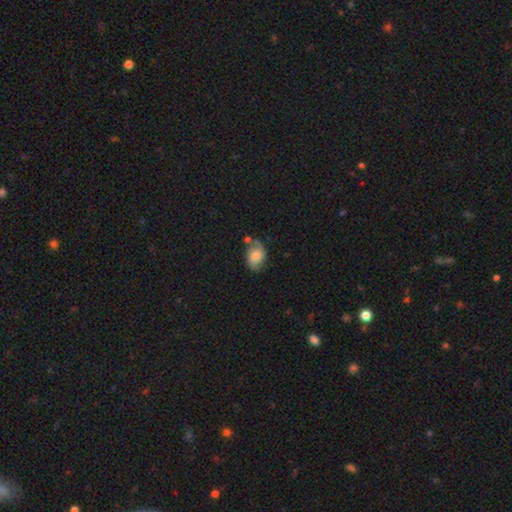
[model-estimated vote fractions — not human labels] Smooth or featured? Predicted: smooth (p=0.62). How rounded? Predicted: in between (p=0.77). Merging? Predicted: none (p=0.52).